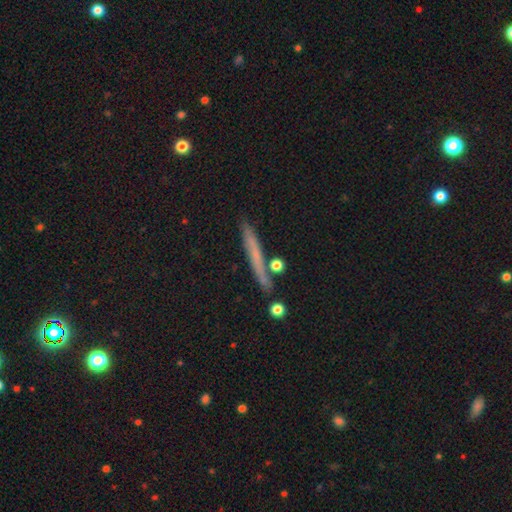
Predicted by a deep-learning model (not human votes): Morphology: type=smooth (51%); roundness=cigar-shaped (93%); merging=none (82%).